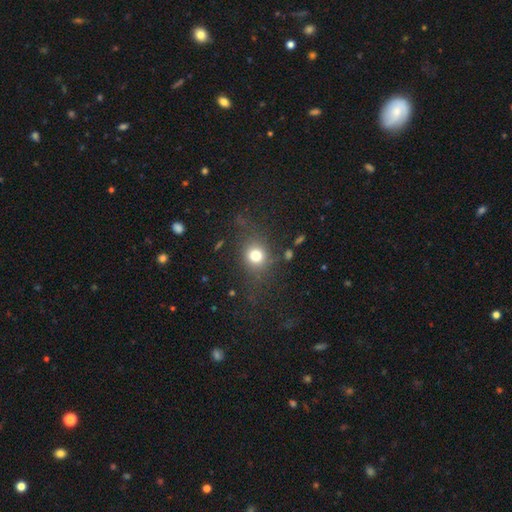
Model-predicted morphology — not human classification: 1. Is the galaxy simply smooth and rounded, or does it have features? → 77% smooth, 14% star or artifact, 9% featured or disk.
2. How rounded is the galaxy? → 76% round, 23% in between, 1% cigar-shaped.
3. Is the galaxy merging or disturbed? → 77% none, 13% minor disturbance, 8% major disturbance, 2% merger.